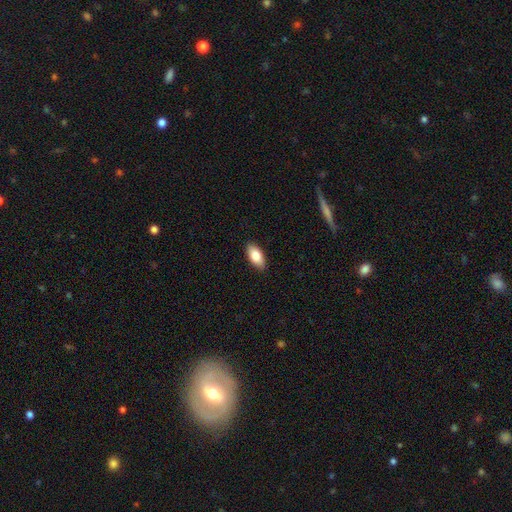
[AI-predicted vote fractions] smooth_or_featured: smooth (p=0.84) [alt: featured or disk p=0.10]
how_rounded: in between (p=0.92) [alt: cigar-shaped p=0.05]
merging: none (p=0.88) [alt: minor disturbance p=0.09]